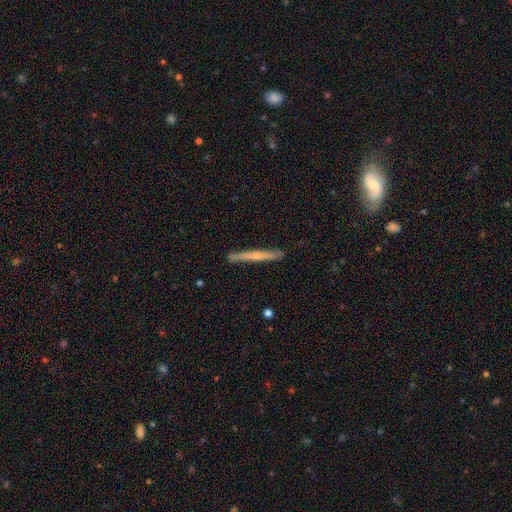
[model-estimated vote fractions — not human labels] Overall: featured or disk (55%; smooth 40%). Edge-on disk: yes (96%). Edge-on bulge: rounded (56%; none 39%). Merging: none (88%).